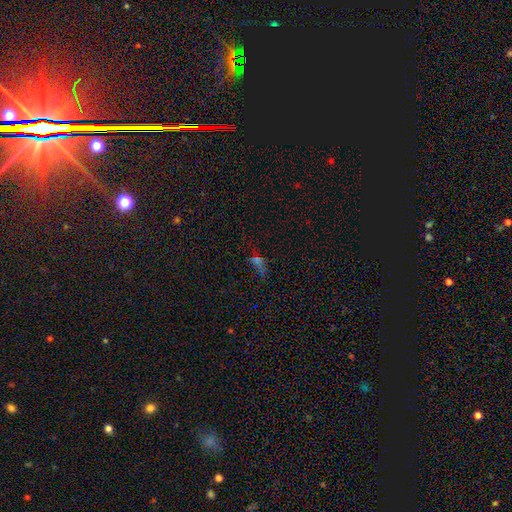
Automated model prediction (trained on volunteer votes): A star or artifact, not a galaxy (49%).

Vote fractions:
- Smooth or featured? star or artifact: 49% / smooth: 31% / featured or disk: 20%